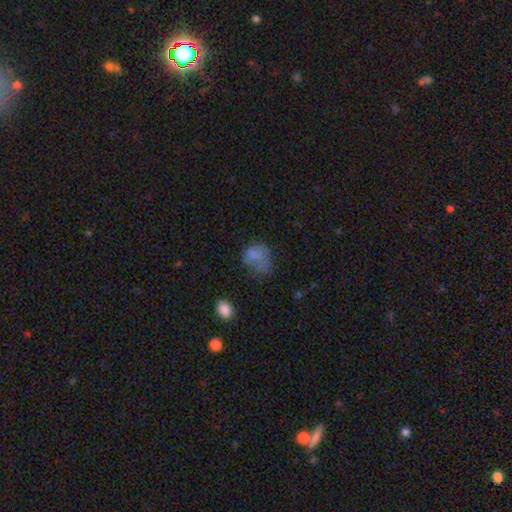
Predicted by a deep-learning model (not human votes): smooth 71%, featured or disk 16%, star or artifact 12%. Down the decision tree: how rounded — in between (52%); merging — none (35%).